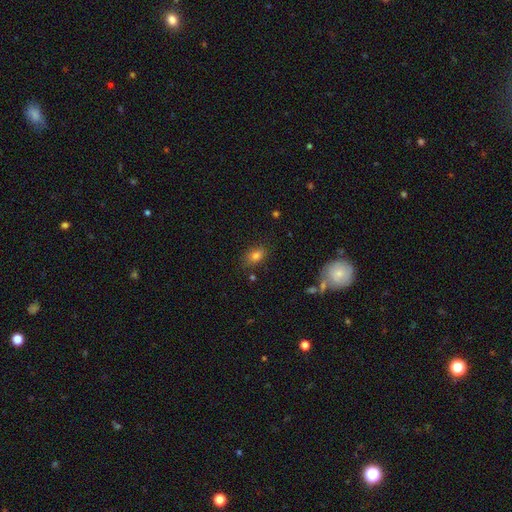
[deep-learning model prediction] Q: Smooth or featured?
A: smooth (79%); runner-up: star or artifact (12%)
Q: How rounded?
A: in between (81%); runner-up: round (17%)
Q: Merging?
A: none (79%); runner-up: minor disturbance (14%)